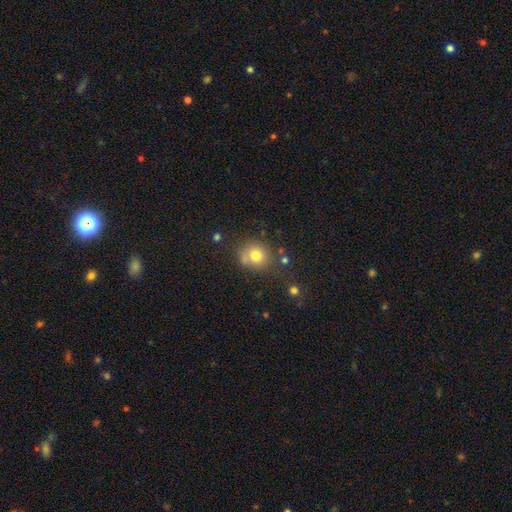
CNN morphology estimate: This appears to be a smooth galaxy with no disk features (76%) that is round (78%). Merging: none (67%).